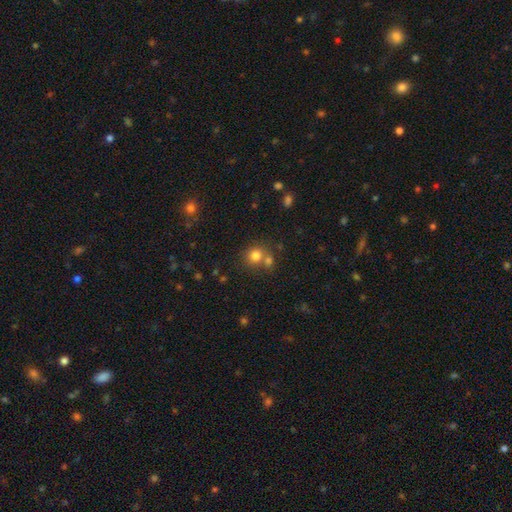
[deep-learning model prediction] smooth-or-featured: smooth: 78% | star or artifact: 13% | featured or disk: 9%
  how-rounded: round: 85% | in between: 14% | cigar-shaped: 1%
  merging: none: 55% | merger: 33% | minor disturbance: 8% | major disturbance: 3%